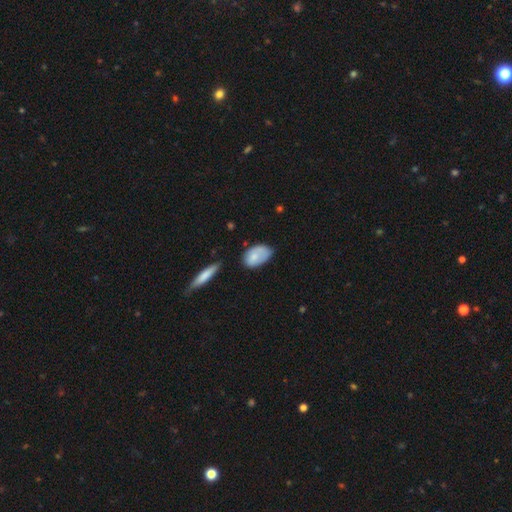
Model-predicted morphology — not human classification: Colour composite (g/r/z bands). It shows a smooth galaxy with no disk features (75%) that is in between round and cigar-shaped (90%). Merging: none (53%).